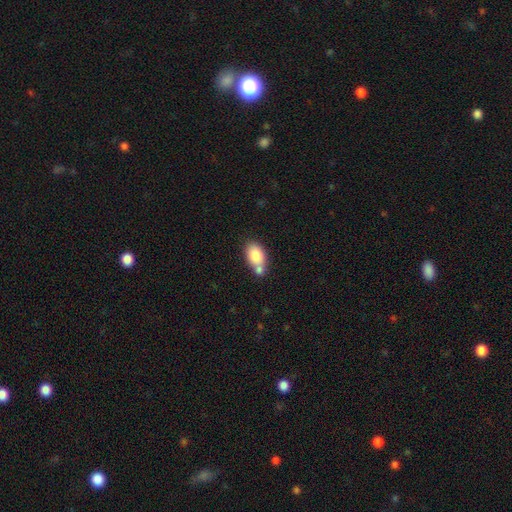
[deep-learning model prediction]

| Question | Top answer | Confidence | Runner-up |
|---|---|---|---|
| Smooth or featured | smooth | 82% | featured or disk (10%) |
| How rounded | in between | 86% | round (12%) |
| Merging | none | 46% | merger (36%) |